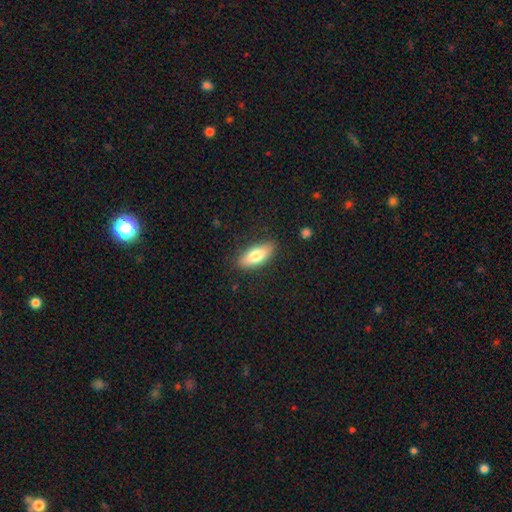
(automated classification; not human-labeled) Q: Smooth or featured?
A: smooth (76%); runner-up: featured or disk (18%)
Q: How rounded?
A: in between (75%); runner-up: cigar-shaped (23%)
Q: Merging?
A: none (84%); runner-up: minor disturbance (12%)